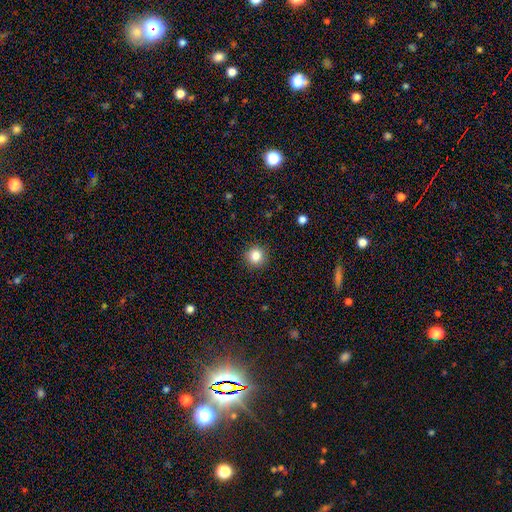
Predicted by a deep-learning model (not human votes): Smooth or featured? smooth (83%)
How rounded? round (94%)
Merging? none (92%)